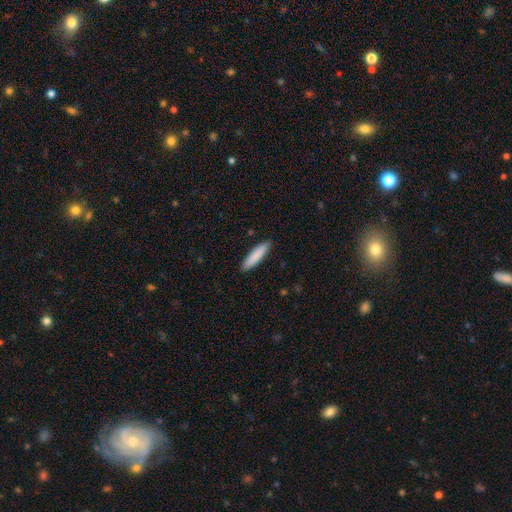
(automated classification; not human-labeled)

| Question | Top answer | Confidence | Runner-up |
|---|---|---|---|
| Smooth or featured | smooth | 86% | featured or disk (8%) |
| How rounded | cigar-shaped | 81% | in between (18%) |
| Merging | none | 91% | minor disturbance (7%) |